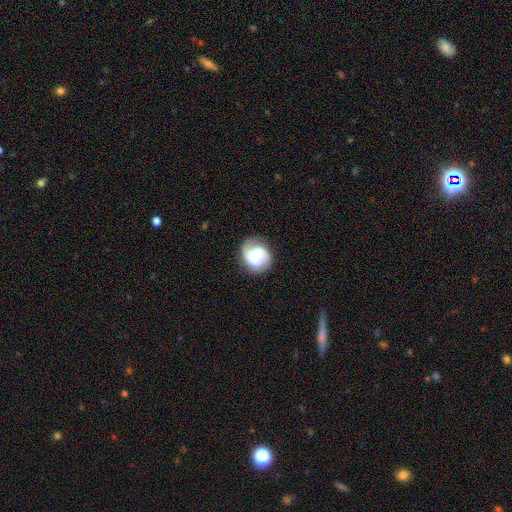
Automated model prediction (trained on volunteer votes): This is possibly a featured or disk galaxy (59%). It is clearly not viewed edge-on (98%). Bar: possibly weak (46%). Spiral arm pattern: clearly yes (90%). Spiral arm count: likely 2 (75%). Spiral winding: marginally medium (44%). Central bulge: marginally moderate (43%). Merging: likely none (75%).